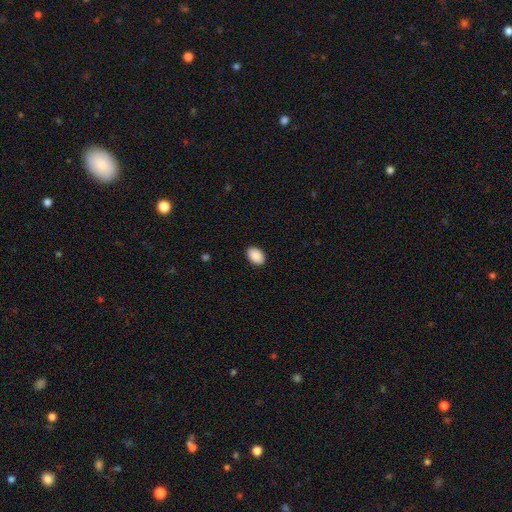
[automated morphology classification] The model was most divided on "how rounded": in between: 85%, round: 14%, cigar-shaped: 1%. More confident: smooth or featured — smooth (90%); merging — none (90%).